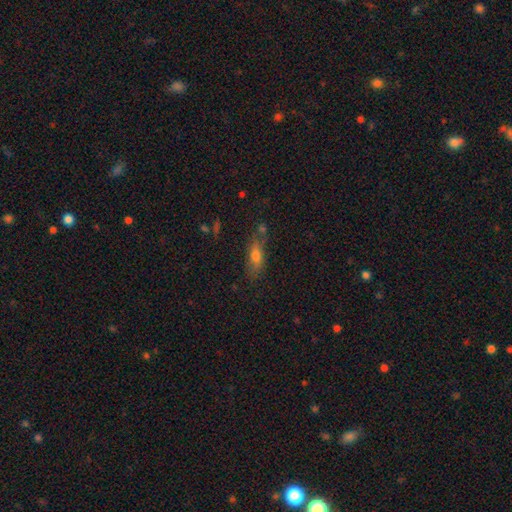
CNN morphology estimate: smooth 67%, featured or disk 22%, star or artifact 10%. Down the decision tree: how rounded — in between (62%); merging — none (66%).